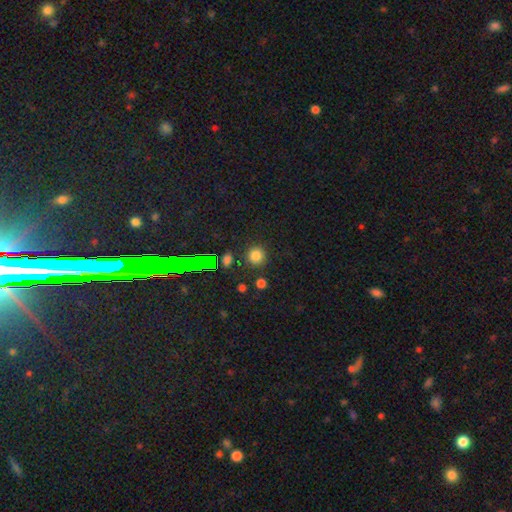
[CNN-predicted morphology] Smooth or featured? Predicted: smooth (p=0.77). How rounded? Predicted: round (p=0.93). Merging? Predicted: none (p=0.86).